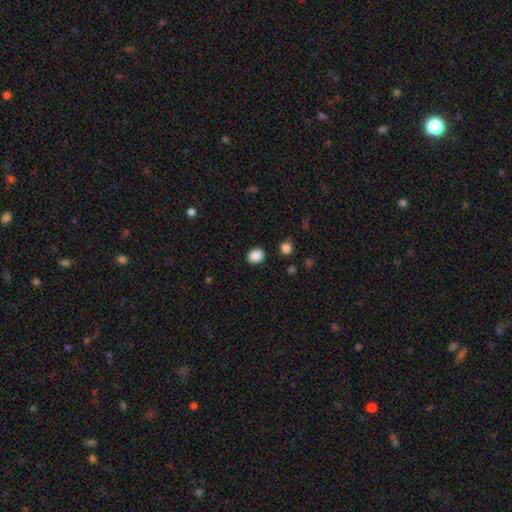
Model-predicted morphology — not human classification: smooth 88%, star or artifact 9%, featured or disk 3%. Down the decision tree: how rounded — round (54%); merging — none (88%).